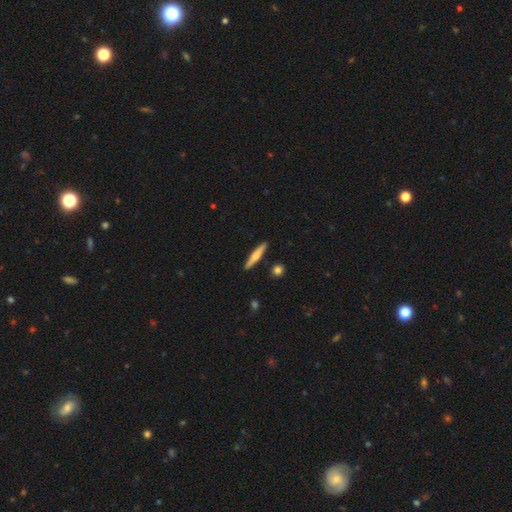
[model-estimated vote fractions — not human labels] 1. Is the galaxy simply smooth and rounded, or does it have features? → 52% smooth, 42% featured or disk, 5% star or artifact.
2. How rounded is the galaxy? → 91% cigar-shaped, 7% in between, 2% round.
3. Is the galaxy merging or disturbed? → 90% none, 7% minor disturbance, 2% merger, 1% major disturbance.